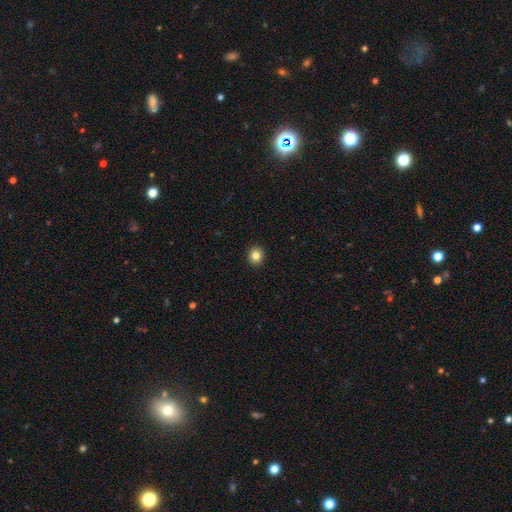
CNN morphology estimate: This appears to be a smooth galaxy with no disk features (83%) that is round (85%). Merging: none (93%).